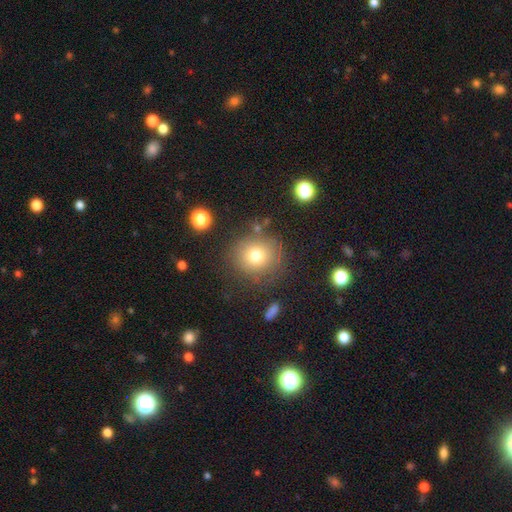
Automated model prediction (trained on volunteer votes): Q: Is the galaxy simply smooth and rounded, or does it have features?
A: smooth — 76%.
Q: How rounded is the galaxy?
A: round — 86%.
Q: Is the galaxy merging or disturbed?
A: none — 79%.